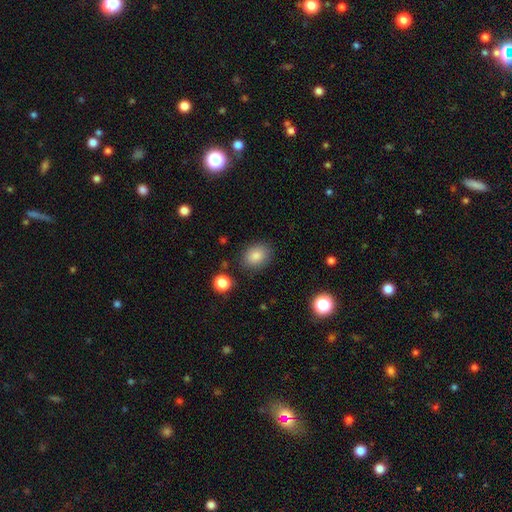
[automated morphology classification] Overall: smooth (84%). How rounded: in between (62%; round 37%). Merging: none (84%).